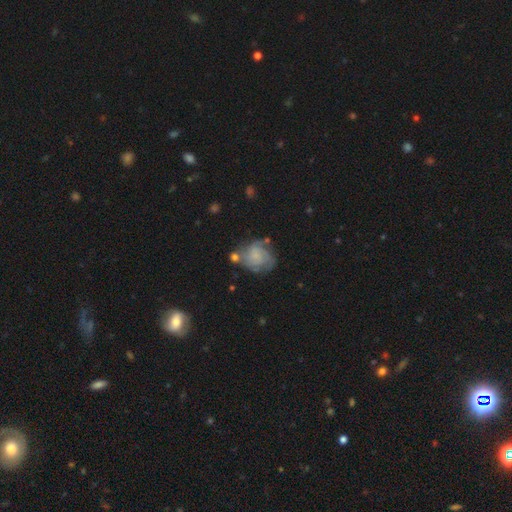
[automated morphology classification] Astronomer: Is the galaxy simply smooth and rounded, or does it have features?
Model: featured or disk — 61%.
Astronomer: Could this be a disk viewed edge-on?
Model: no — 98%.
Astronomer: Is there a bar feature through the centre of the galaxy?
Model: no — 75%.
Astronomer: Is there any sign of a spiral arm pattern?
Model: yes — 85%.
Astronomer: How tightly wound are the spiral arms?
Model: tight — 48% (runner-up: medium, 37%).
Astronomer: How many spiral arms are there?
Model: can't tell — 33% (runner-up: 3, 27%).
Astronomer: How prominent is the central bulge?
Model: small — 41% (runner-up: none, 38%).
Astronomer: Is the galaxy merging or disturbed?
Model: none — 53%.